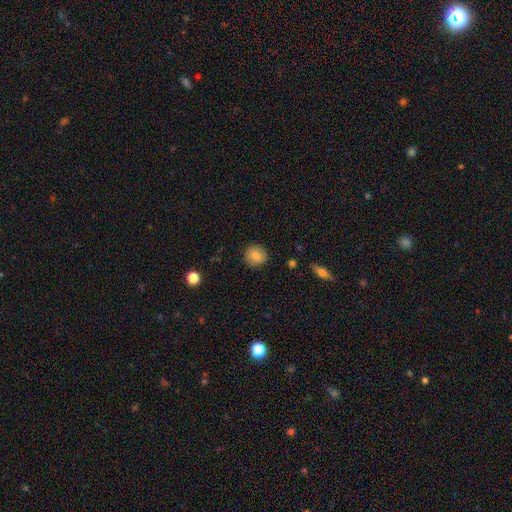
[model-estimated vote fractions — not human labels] Smooth or featured? Predicted: smooth (p=0.80). How rounded? Predicted: round (p=0.85). Merging? Predicted: none (p=0.87).